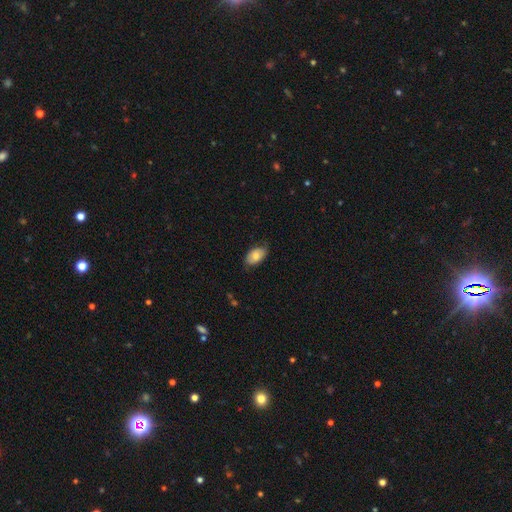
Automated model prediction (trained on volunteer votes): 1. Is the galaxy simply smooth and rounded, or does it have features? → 75% smooth, 18% featured or disk, 7% star or artifact.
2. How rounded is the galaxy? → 92% in between, 6% round, 2% cigar-shaped.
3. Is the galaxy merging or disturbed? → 71% none, 23% minor disturbance, 5% major disturbance, 1% merger.